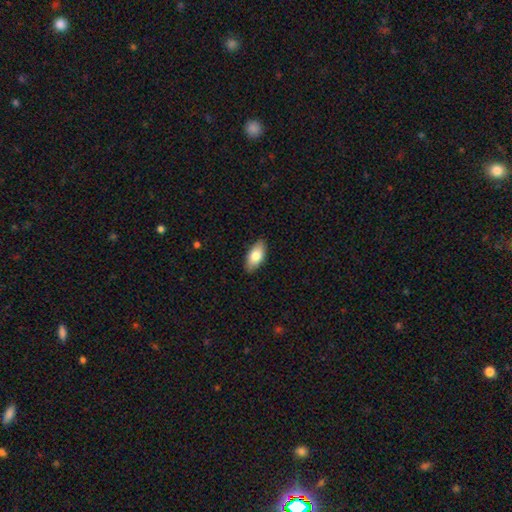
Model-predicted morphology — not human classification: smooth-or-featured: smooth: 78% | featured or disk: 16% | star or artifact: 6%
  how-rounded: in between: 91% | cigar-shaped: 6% | round: 3%
  merging: none: 88% | minor disturbance: 10% | major disturbance: 2% | merger: 1%